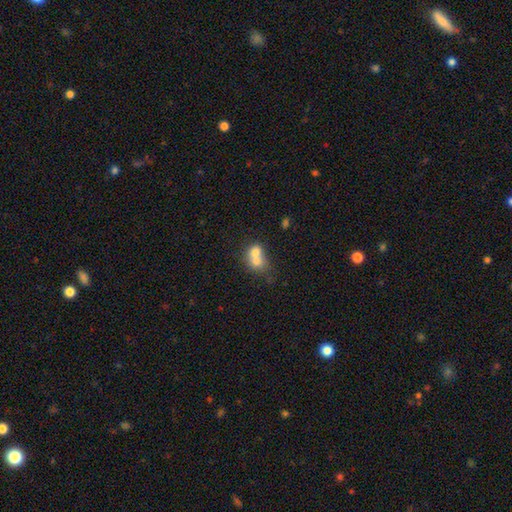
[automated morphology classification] Q: Smooth or featured?
A: smooth (69%); runner-up: featured or disk (22%)
Q: How rounded?
A: round (58%); runner-up: in between (41%)
Q: Merging?
A: merger (73%); runner-up: none (19%)